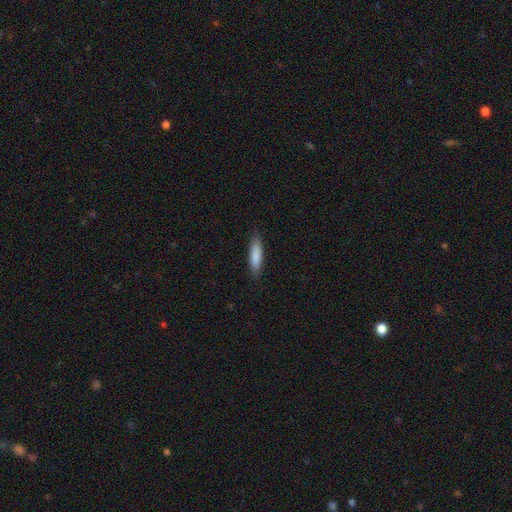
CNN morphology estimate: Smooth or featured?
  - smooth: 86% *
  - featured or disk: 9%
  - star or artifact: 6%
How rounded?
  - cigar-shaped: 71% *
  - in between: 28%
  - round: 1%
Merging?
  - none: 86% *
  - minor disturbance: 11%
  - major disturbance: 2%
  - merger: 1%